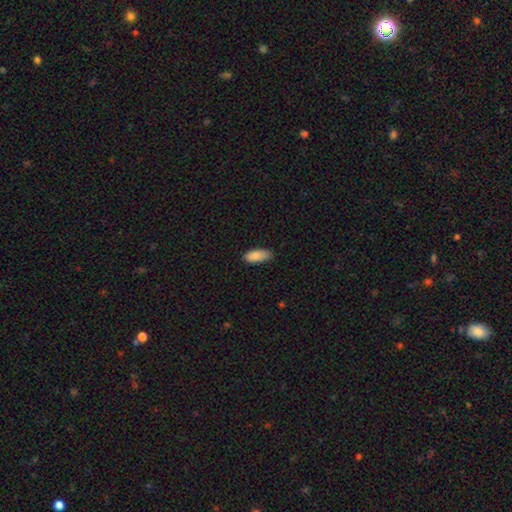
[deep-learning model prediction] This appears to be a smooth galaxy with no disk features (86%) that is in between round and cigar-shaped (84%). Merging: none (78%).